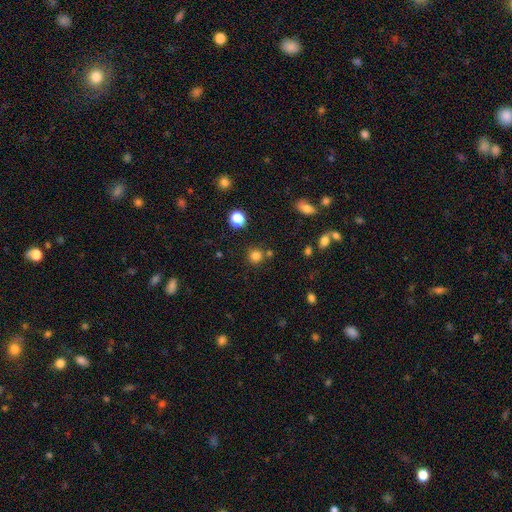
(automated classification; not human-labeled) Overall: smooth (80%). How rounded: round (93%). Merging: none (79%).